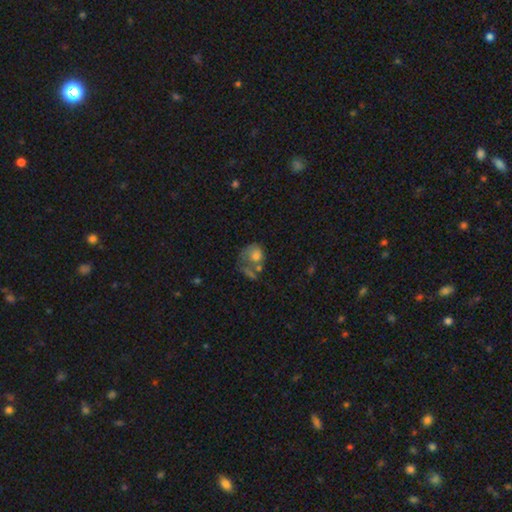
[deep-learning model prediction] A smooth galaxy with no disk features (61%) that is round (62%). Merging: merger (34%).